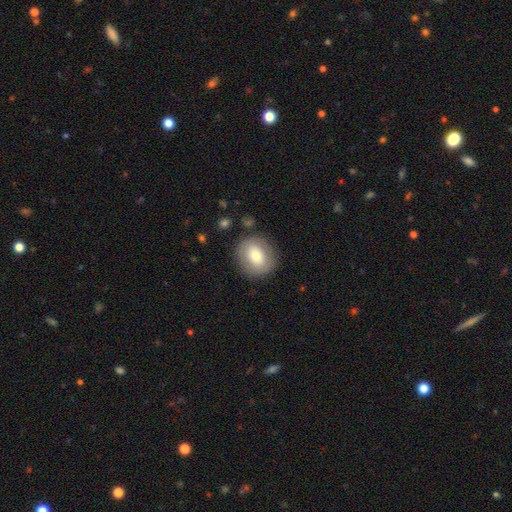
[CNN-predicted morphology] The model was most divided on "smooth or featured": smooth: 68%, featured or disk: 24%, star or artifact: 7%. More confident: merging — none (83%); how rounded — round (74%).